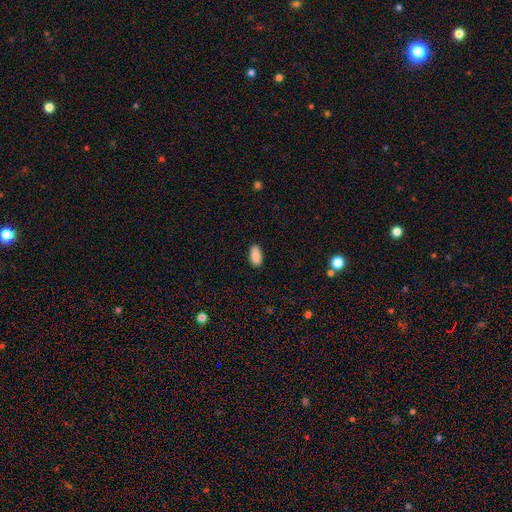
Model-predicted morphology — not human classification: Smooth or featured? smooth (90%)
How rounded? in between (94%)
Merging? none (88%)